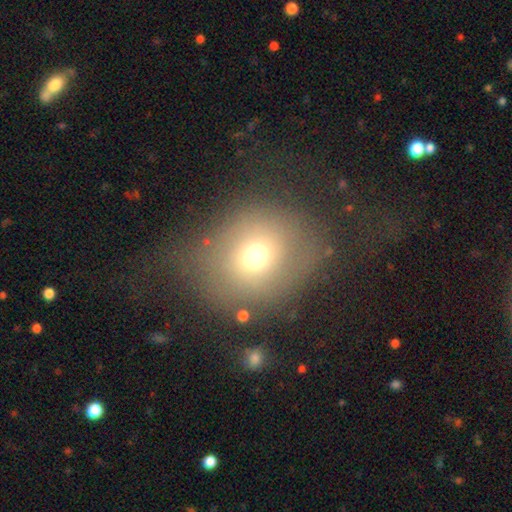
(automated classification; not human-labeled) This appears to be a smooth galaxy with no disk features (67%) that is round (75%). Merging: none (75%).